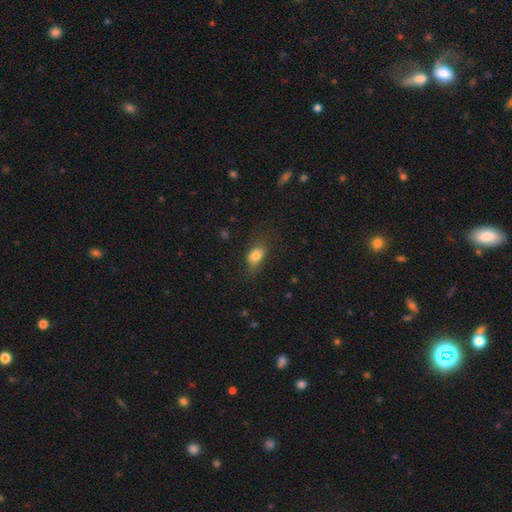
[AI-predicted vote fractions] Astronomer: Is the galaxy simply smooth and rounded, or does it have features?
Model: smooth — 80%.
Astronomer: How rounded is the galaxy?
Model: in between — 77%.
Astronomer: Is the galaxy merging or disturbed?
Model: none — 65%.